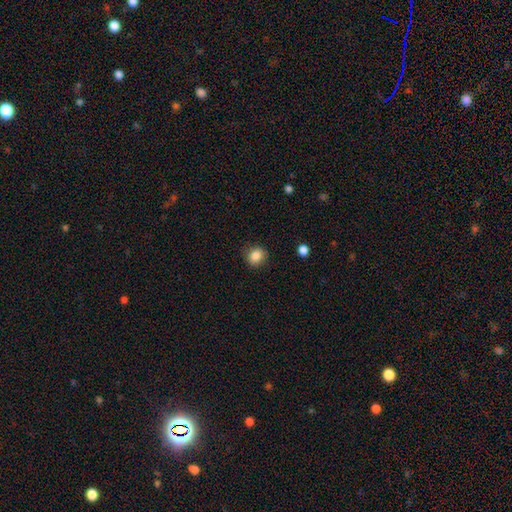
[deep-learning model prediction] Q: Smooth or featured?
A: smooth (86%); runner-up: star or artifact (10%)
Q: How rounded?
A: round (77%); runner-up: in between (22%)
Q: Merging?
A: none (86%); runner-up: minor disturbance (10%)